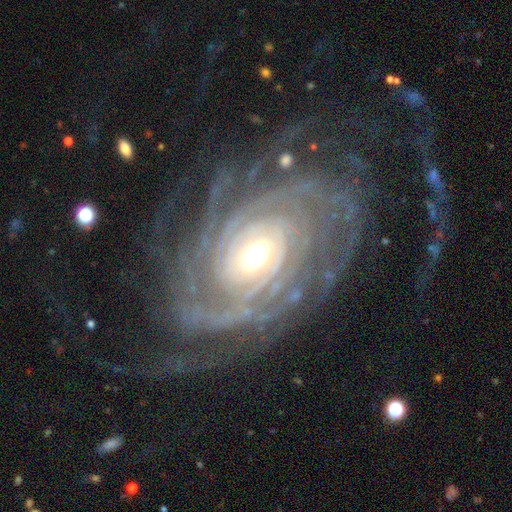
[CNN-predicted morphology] A featured or disk galaxy (92%) with no bar (57%), tight (80%) spiral arms (98%) and a moderate central bulge (66%). Merging: none (71%).